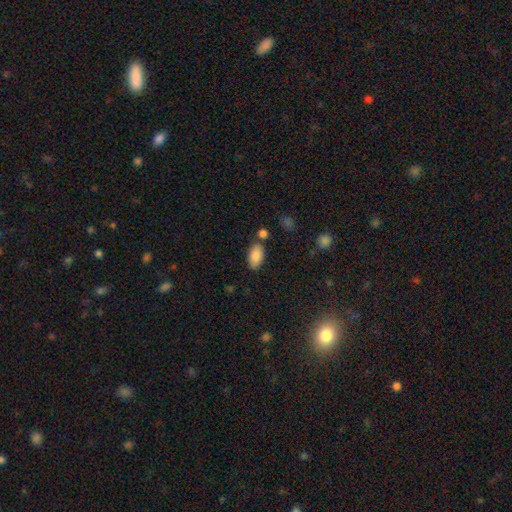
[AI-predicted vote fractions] Overall: smooth (87%). How rounded: in between (94%). Merging: none (74%).